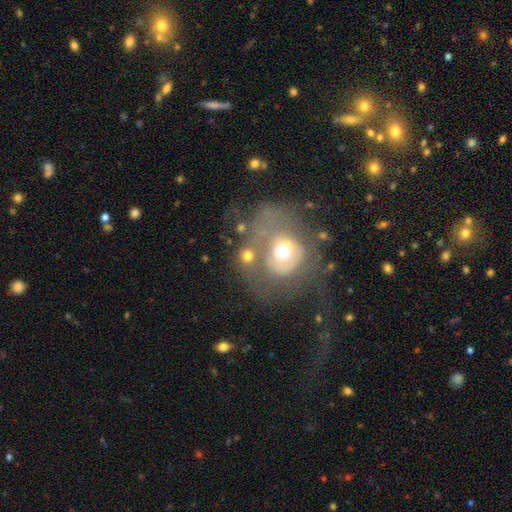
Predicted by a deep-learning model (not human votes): smooth-or-featured: featured or disk: 61% | smooth: 27% | star or artifact: 12%
  disk-edge-on: no: 96% | yes: 4%
    bar: no: 78% | weak: 17% | strong: 5%
    has-spiral-arms: yes: 54% | no: 46%
    bulge-size: moderate: 65% | small: 20% | large: 12% | dominant: 2% | none: 2%
  merging: major disturbance: 45% | none: 31% | minor disturbance: 16% | merger: 8%